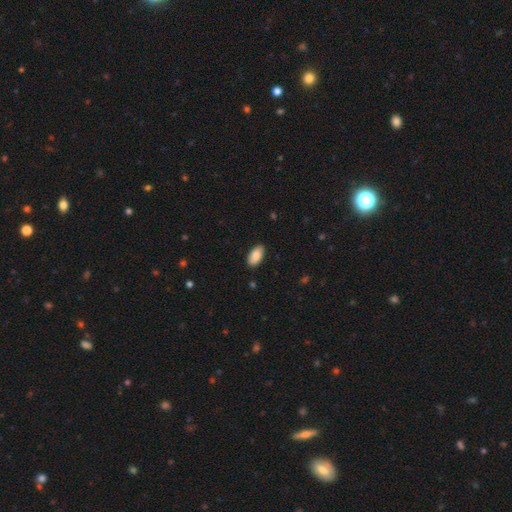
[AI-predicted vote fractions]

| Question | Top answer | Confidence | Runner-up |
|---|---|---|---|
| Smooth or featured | smooth | 86% | featured or disk (8%) |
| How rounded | in between | 94% | cigar-shaped (3%) |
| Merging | none | 88% | minor disturbance (9%) |